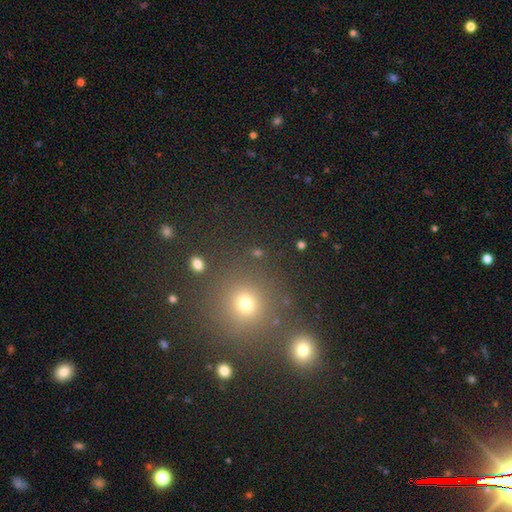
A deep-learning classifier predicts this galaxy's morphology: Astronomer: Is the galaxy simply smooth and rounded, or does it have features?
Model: smooth — 57% (runner-up: star or artifact, 35%).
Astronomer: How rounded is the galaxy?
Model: round — 92%.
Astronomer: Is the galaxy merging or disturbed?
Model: none — 82%.